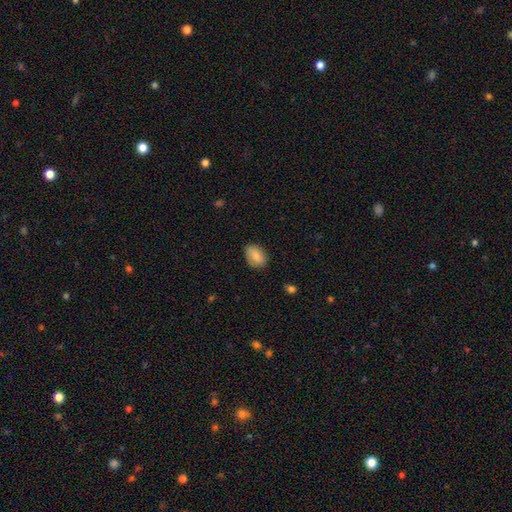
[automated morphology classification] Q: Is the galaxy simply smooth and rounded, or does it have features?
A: smooth — 80%.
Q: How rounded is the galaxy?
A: in between — 83%.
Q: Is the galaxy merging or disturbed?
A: none — 79%.